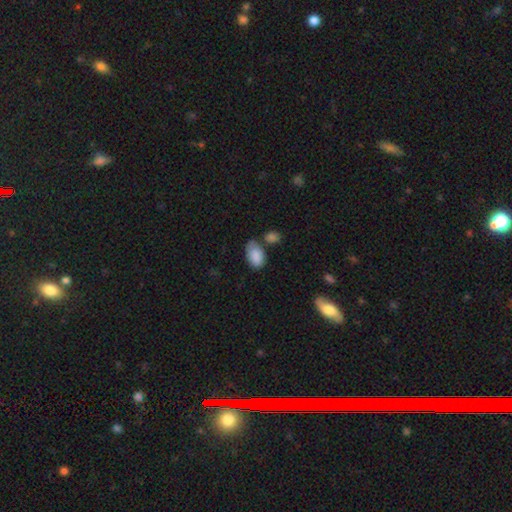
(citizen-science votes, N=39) Morphology: type=smooth (90%); roundness=in between (86%); merging=none (59%).